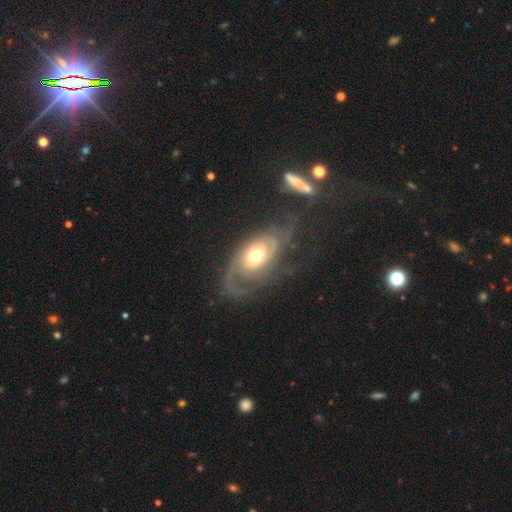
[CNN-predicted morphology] smooth_or_featured: featured or disk (p=0.80) [alt: smooth p=0.14]
disk_edge_on: no (p=0.94) [alt: yes p=0.06]
bar: no (p=0.73) [alt: weak p=0.21]
has_spiral_arms: yes (p=0.89) [alt: no p=0.11]
spiral_winding: tight (p=0.40) [alt: medium p=0.37]
spiral_arm_count: 2 (p=0.52) [alt: can't tell p=0.20]
bulge_size: moderate (p=0.65) [alt: large p=0.21]
merging: none (p=0.48) [alt: major disturbance p=0.29]